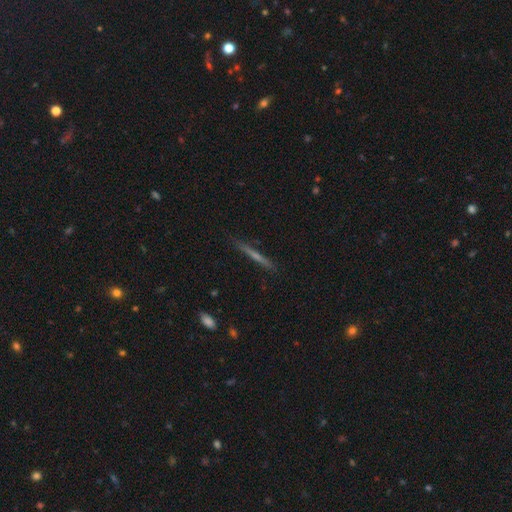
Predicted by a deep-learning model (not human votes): Smooth or featured? Predicted: featured or disk (p=0.60). Edge-on disk? Predicted: yes (p=0.97). Edge-on bulge? Predicted: none (p=0.53). Merging? Predicted: none (p=0.89).